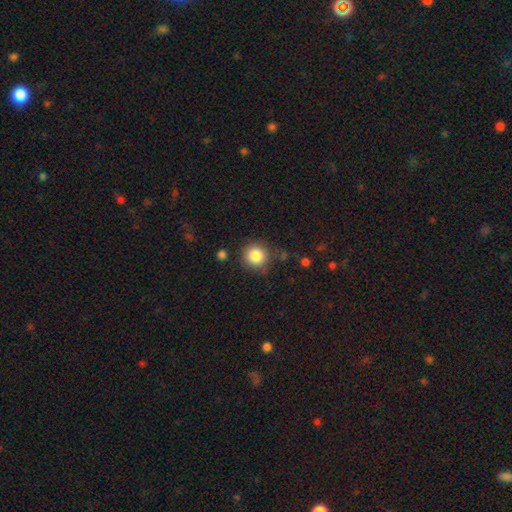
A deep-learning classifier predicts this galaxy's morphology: Overall: smooth (85%). How rounded: round (94%). Merging: none (83%).